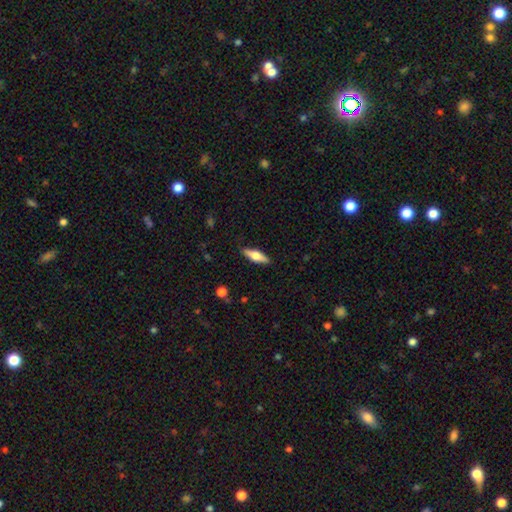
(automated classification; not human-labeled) smooth 49%, featured or disk 45%, star or artifact 6%. Down the decision tree: merging — none (88%).